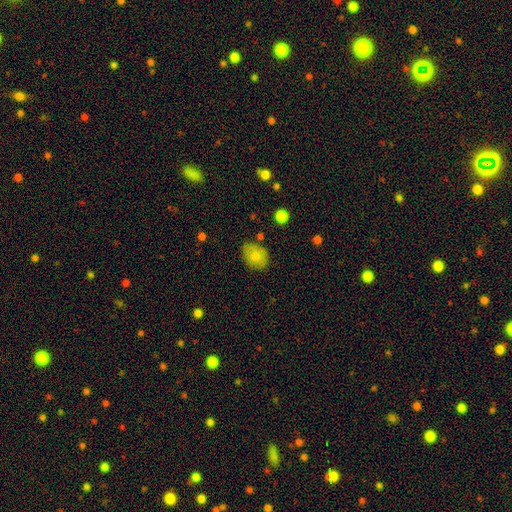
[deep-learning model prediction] smooth-or-featured: smooth: 81% | featured or disk: 10% | star or artifact: 8%
  how-rounded: in between: 60% | round: 39% | cigar-shaped: 1%
  merging: none: 70% | minor disturbance: 22% | major disturbance: 5% | merger: 3%